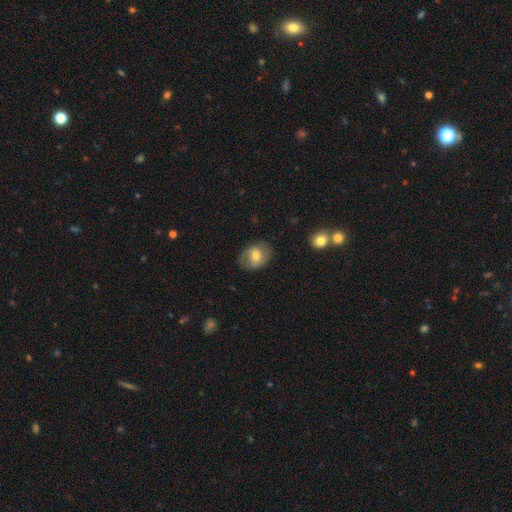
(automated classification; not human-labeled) Smooth or featured? smooth (53%)
How rounded? in between (64%)
Merging? none (75%)